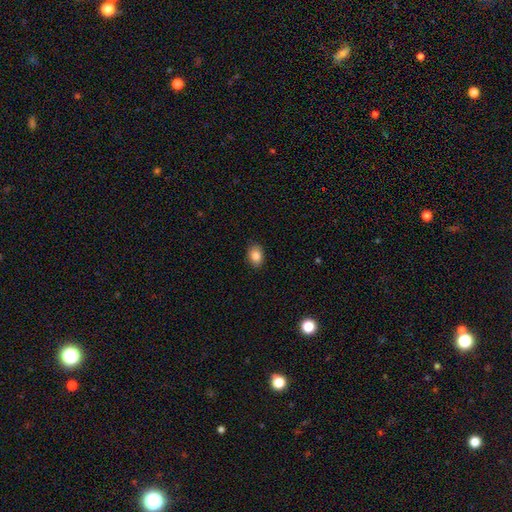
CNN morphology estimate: Q: Smooth or featured?
A: smooth (86%); runner-up: star or artifact (8%)
Q: How rounded?
A: in between (72%); runner-up: round (27%)
Q: Merging?
A: none (87%); runner-up: minor disturbance (10%)